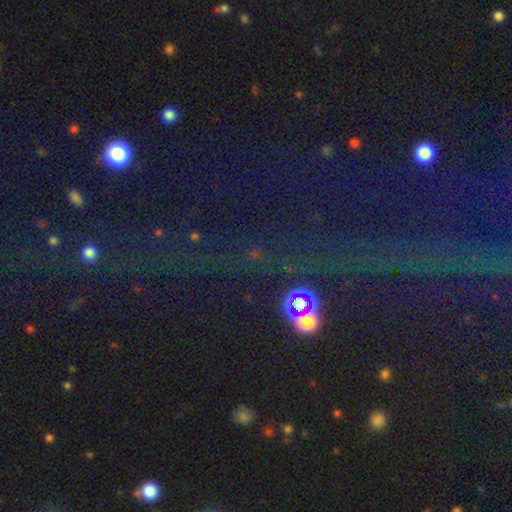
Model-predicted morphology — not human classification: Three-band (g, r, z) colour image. It shows a star or artifact, not a galaxy (71%).